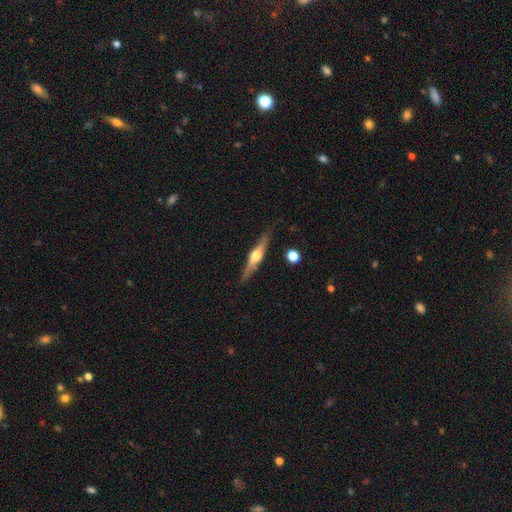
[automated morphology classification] featured or disk 71%, smooth 24%, star or artifact 5%. Down the decision tree: edge-on disk — yes (97%); edge-on bulge — rounded (93%); merging — none (86%).